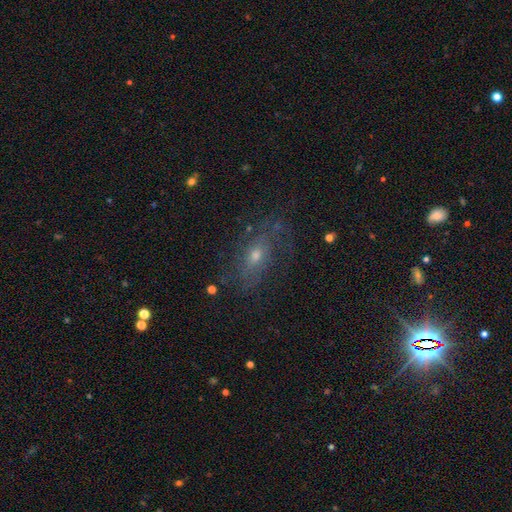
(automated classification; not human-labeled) smooth_or_featured: featured or disk (p=0.55) [alt: smooth p=0.31]
disk_edge_on: no (p=0.87) [alt: yes p=0.13]
merging: none (p=0.66) [alt: minor disturbance p=0.19]